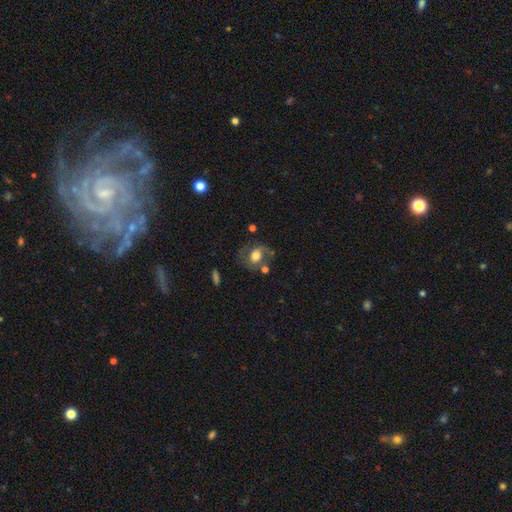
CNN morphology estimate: Q: Smooth or featured?
A: smooth (46%); runner-up: featured or disk (45%)
Q: Merging?
A: none (56%); runner-up: minor disturbance (21%)